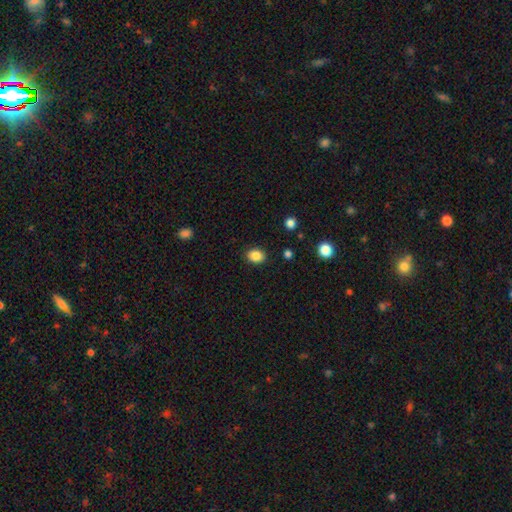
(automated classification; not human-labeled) Q: Smooth or featured?
A: smooth (86%); runner-up: star or artifact (9%)
Q: How rounded?
A: in between (62%); runner-up: round (37%)
Q: Merging?
A: none (88%); runner-up: minor disturbance (9%)